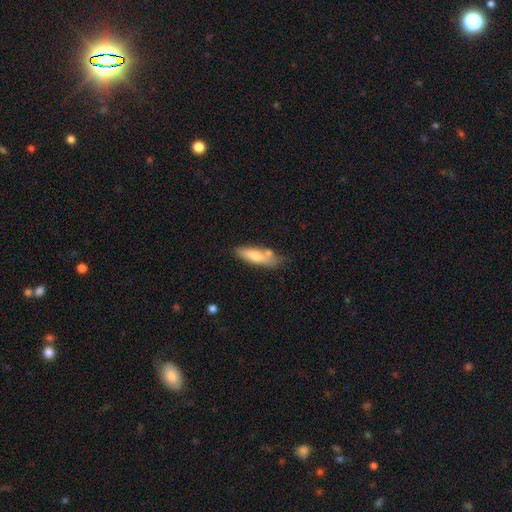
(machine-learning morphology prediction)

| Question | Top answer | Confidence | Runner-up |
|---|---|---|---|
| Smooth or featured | smooth | 72% | featured or disk (22%) |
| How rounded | cigar-shaped | 57% | in between (41%) |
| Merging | none | 58% | minor disturbance (21%) |